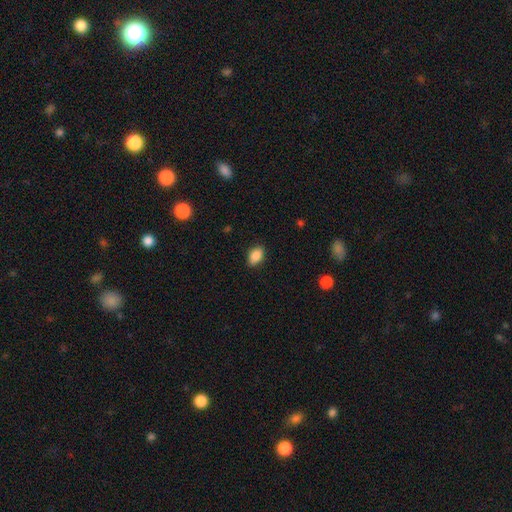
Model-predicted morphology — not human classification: This is clearly a smooth galaxy (88%). How rounded: clearly in between (87%). Merging: clearly none (87%).